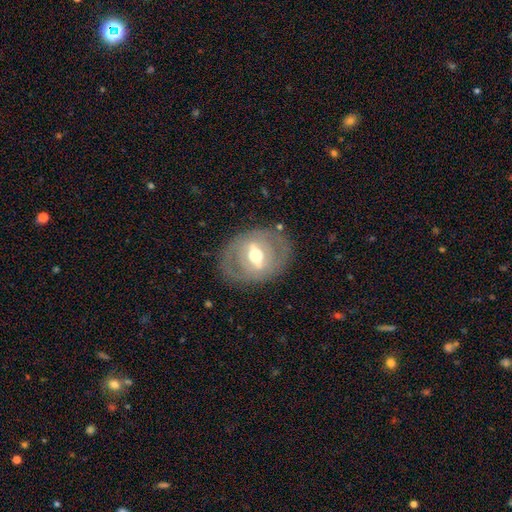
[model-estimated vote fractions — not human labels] Smooth or featured?
  - featured or disk: 71% *
  - smooth: 23%
  - star or artifact: 7%
Edge-on disk?
  - no: 85% *
  - yes: 15%
Bar?
  - strong: 60% *
  - weak: 28%
  - no: 12%
Spiral arms?
  - no: 76% *
  - yes: 24%
Bulge size?
  - moderate: 70% *
  - large: 18%
  - small: 10%
  - dominant: 1%
  - none: 1%
Merging?
  - none: 80% *
  - minor disturbance: 12%
  - major disturbance: 7%
  - merger: 1%